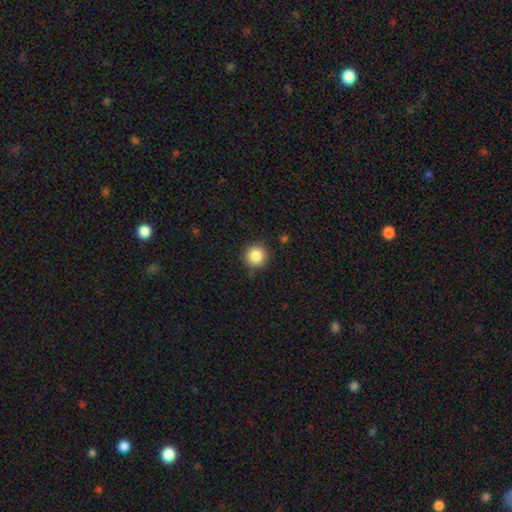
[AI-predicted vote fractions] Q: Smooth or featured?
A: smooth (86%); runner-up: star or artifact (10%)
Q: How rounded?
A: round (95%); runner-up: in between (4%)
Q: Merging?
A: none (88%); runner-up: minor disturbance (9%)